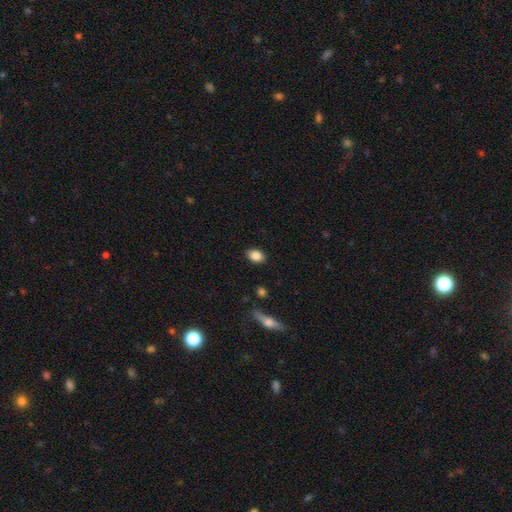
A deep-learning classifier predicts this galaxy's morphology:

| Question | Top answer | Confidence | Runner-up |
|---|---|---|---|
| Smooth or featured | smooth | 86% | star or artifact (8%) |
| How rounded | in between | 81% | round (18%) |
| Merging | none | 88% | minor disturbance (9%) |